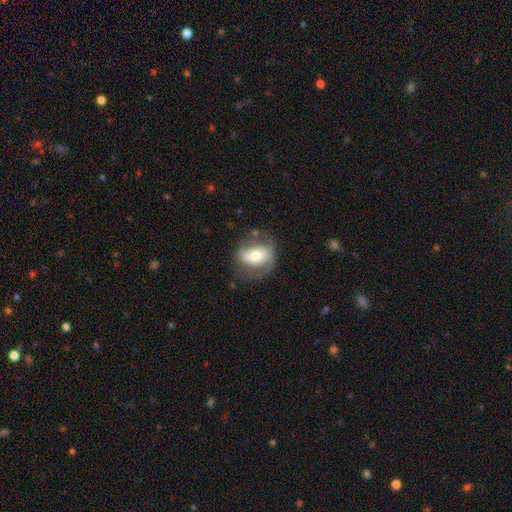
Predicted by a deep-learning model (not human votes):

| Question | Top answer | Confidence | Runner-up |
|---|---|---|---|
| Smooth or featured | featured or disk | 55% | smooth (39%) |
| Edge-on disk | no | 93% | yes (7%) |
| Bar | no | 37% | strong (35%) |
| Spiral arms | yes | 62% | no (38%) |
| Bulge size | moderate | 63% | small (25%) |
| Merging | none | 59% | minor disturbance (22%) |